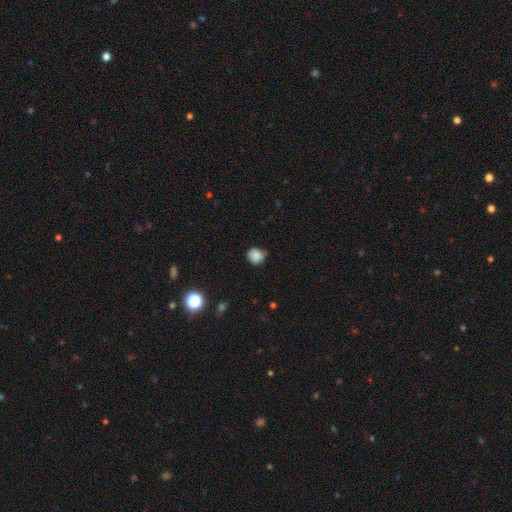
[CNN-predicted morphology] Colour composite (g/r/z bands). It shows a smooth galaxy with no disk features (85%) that is round (87%). Merging: none (72%).